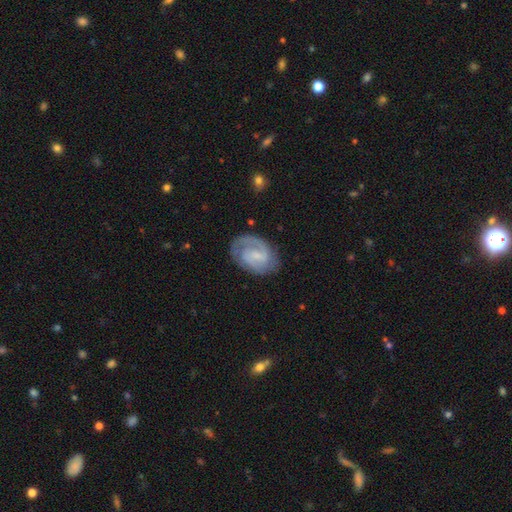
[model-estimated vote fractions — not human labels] Smooth or featured? featured or disk (80%)
Edge-on disk? no (98%)
Bar? weak (55%)
Spiral arms? yes (94%)
Spiral winding? medium (46%)
Spiral arm count? 2 (77%)
Bulge size? small (57%)
Merging? none (74%)